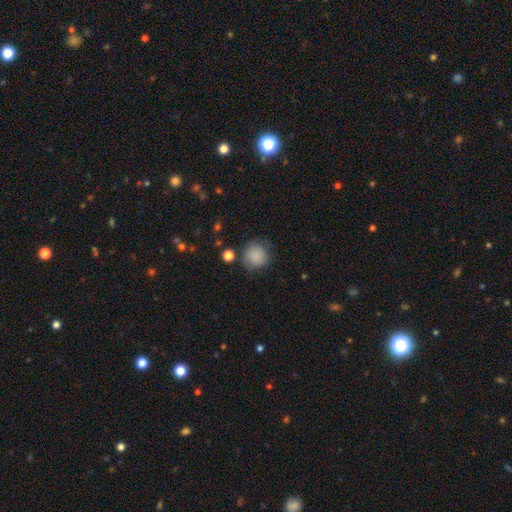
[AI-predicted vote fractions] This is clearly a smooth galaxy (86%). How rounded: clearly round (91%). Merging: likely none (76%).